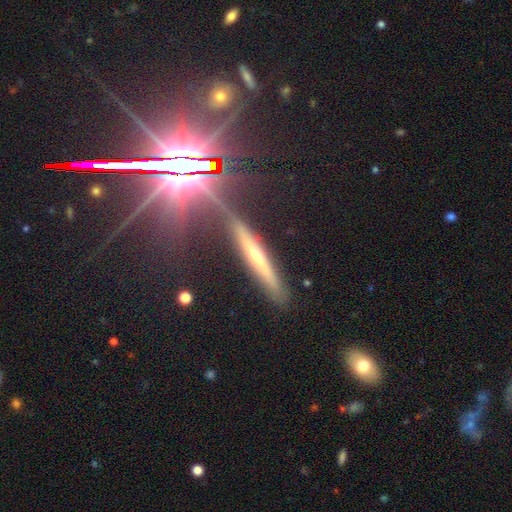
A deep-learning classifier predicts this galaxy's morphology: featured or disk 52%, smooth 34%, star or artifact 14%. Down the decision tree: edge-on disk — yes (89%); merging — none (80%).